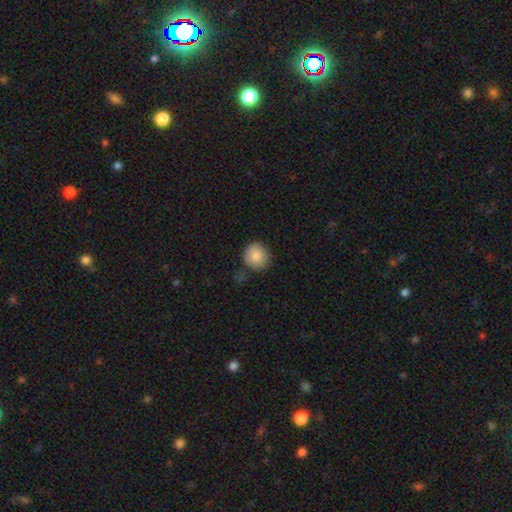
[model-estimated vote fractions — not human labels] Overall: smooth (86%). How rounded: round (90%). Merging: none (77%).